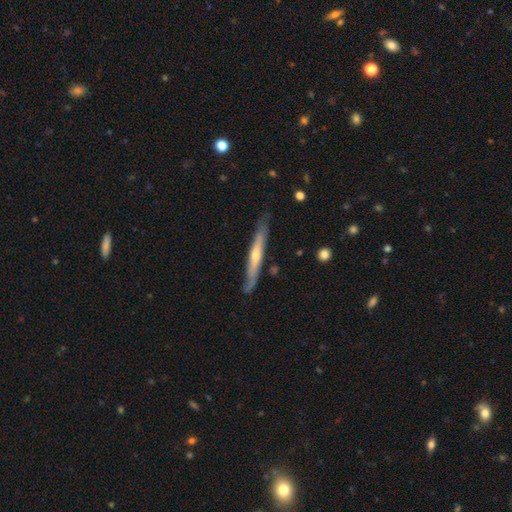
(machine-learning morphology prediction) This is possibly a featured or disk galaxy (60%). It is clearly viewed edge-on (90%). Edge-on bulge: likely rounded (62%). Merging: likely none (79%).